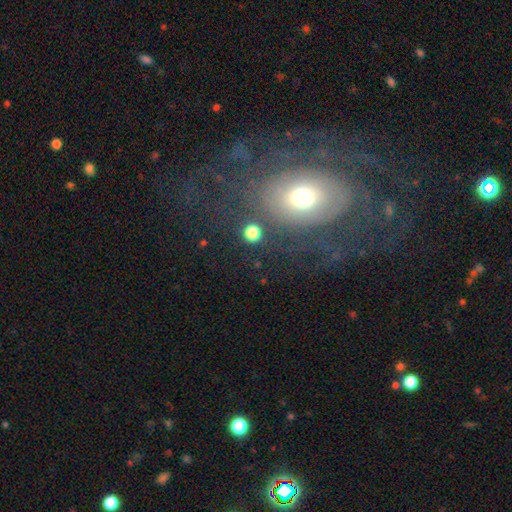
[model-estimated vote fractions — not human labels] Smooth or featured? featured or disk (69%)
Edge-on disk? no (94%)
Bar? no (82%)
Spiral arms? yes (66%)
Bulge size? moderate (59%)
Merging? none (69%)